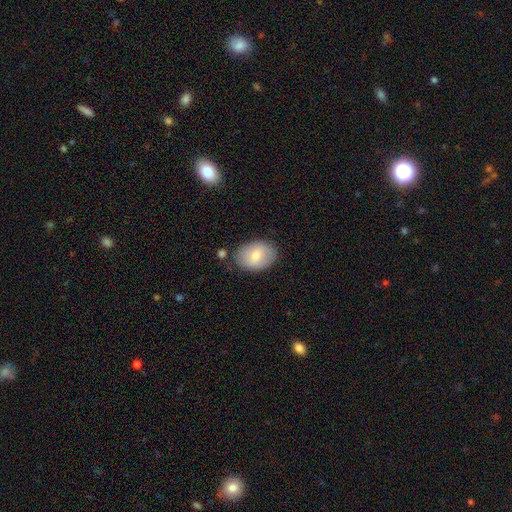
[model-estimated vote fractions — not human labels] A smooth galaxy with no disk features (72%) that is in between round and cigar-shaped (81%).

Vote fractions:
- Smooth or featured? smooth: 72% / featured or disk: 21% / star or artifact: 7%
- How rounded? in between: 81% / round: 18% / cigar-shaped: 1%
- Merging? none: 80% / minor disturbance: 14% / merger: 3% / major disturbance: 3%